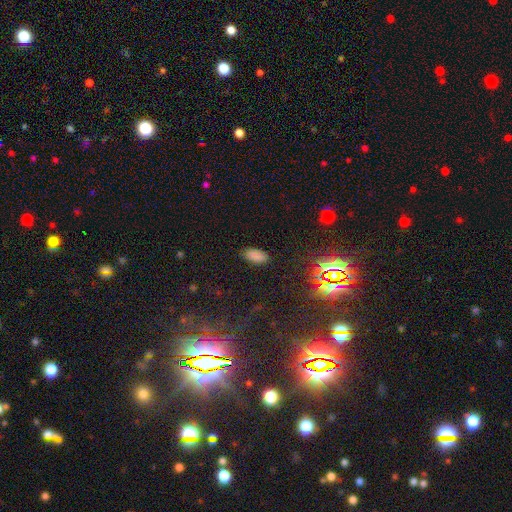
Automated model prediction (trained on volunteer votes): Smooth or featured: smooth — 80% (star or artifact — 16%)
How rounded: in between — 93% (cigar-shaped — 4%)
Merging: none — 86% (minor disturbance — 10%)